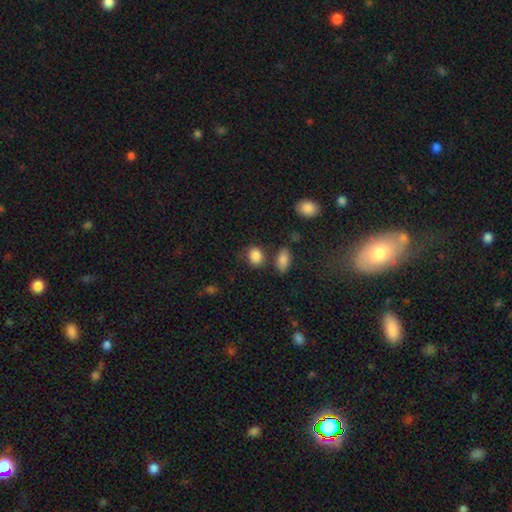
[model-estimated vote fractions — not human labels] Smooth or featured? Predicted: smooth (p=0.87). How rounded? Predicted: round (p=0.55). Merging? Predicted: none (p=0.71).